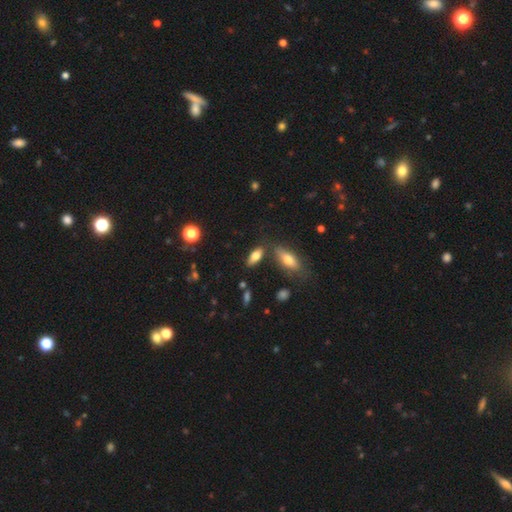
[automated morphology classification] The model was most divided on "smooth or featured": smooth: 71%, featured or disk: 20%, star or artifact: 8%. More confident: how rounded — in between (75%); merging — none (72%).